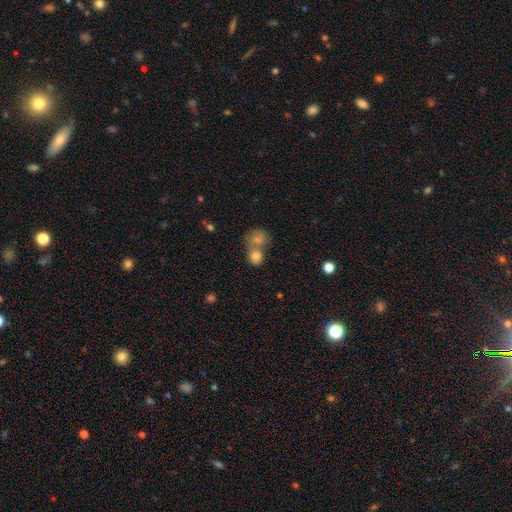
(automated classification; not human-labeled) Smooth or featured?
  - smooth: 79% *
  - featured or disk: 11%
  - star or artifact: 10%
How rounded?
  - round: 63% *
  - in between: 36%
  - cigar-shaped: 1%
Merging?
  - merger: 63% *
  - none: 26%
  - minor disturbance: 7%
  - major disturbance: 4%